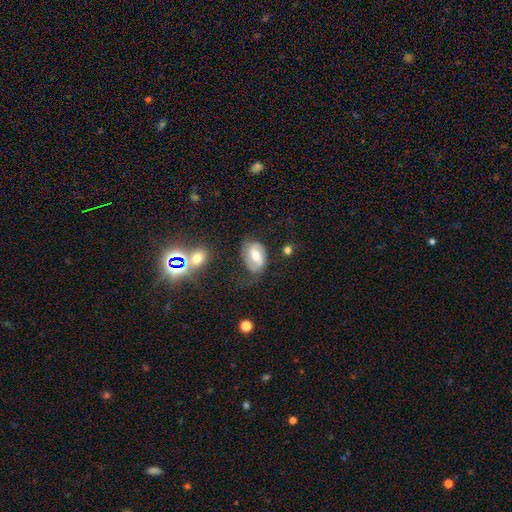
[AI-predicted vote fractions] This is possibly a featured or disk galaxy (60%). It is clearly not viewed edge-on (96%). Bar: possibly weak (46%). Spiral arm pattern: clearly yes (82%). Central bulge: likely moderate (63%). Merging: possibly none (56%).